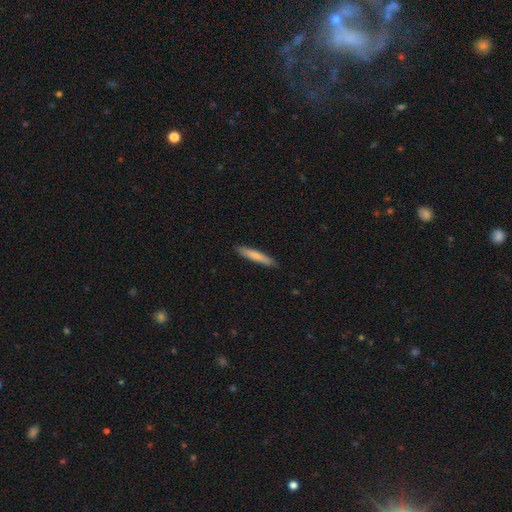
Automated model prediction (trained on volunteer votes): smooth 76%, featured or disk 19%, star or artifact 5%. Down the decision tree: how rounded — cigar-shaped (93%); merging — none (89%).